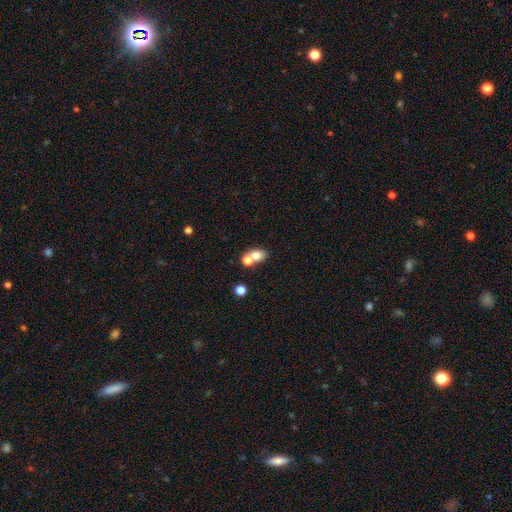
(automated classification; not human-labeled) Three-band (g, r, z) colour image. It shows a smooth galaxy with no disk features (73%) that is in between round and cigar-shaped (62%). Merging: merger (54%).